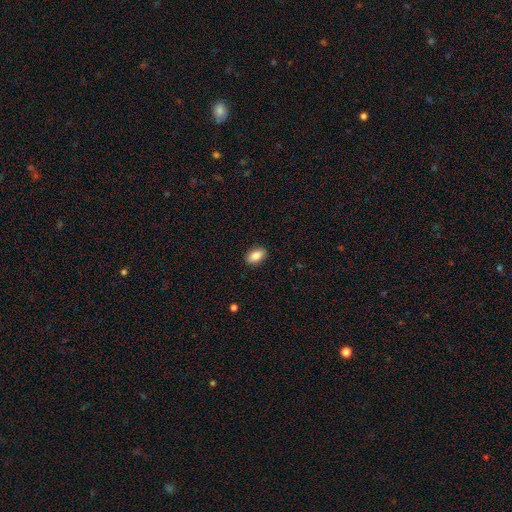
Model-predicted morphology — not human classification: Overall: smooth (86%). How rounded: in between (91%). Merging: none (89%).